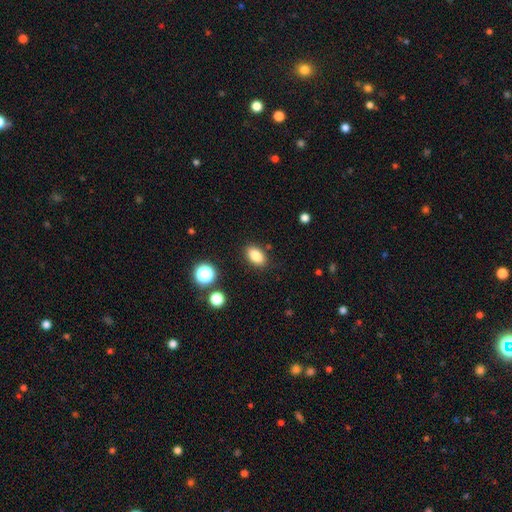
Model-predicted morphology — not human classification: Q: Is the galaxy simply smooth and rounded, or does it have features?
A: smooth — 84%.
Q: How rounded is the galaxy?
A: in between — 87%.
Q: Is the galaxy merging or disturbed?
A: none — 86%.